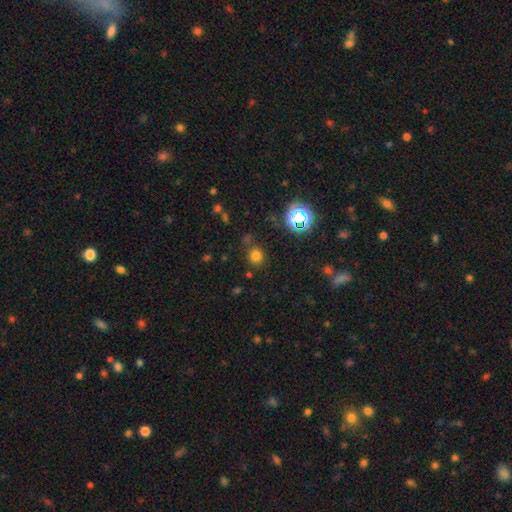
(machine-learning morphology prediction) Q: Smooth or featured?
A: smooth (70%); runner-up: star or artifact (24%)
Q: How rounded?
A: round (89%); runner-up: in between (10%)
Q: Merging?
A: none (80%); runner-up: minor disturbance (10%)